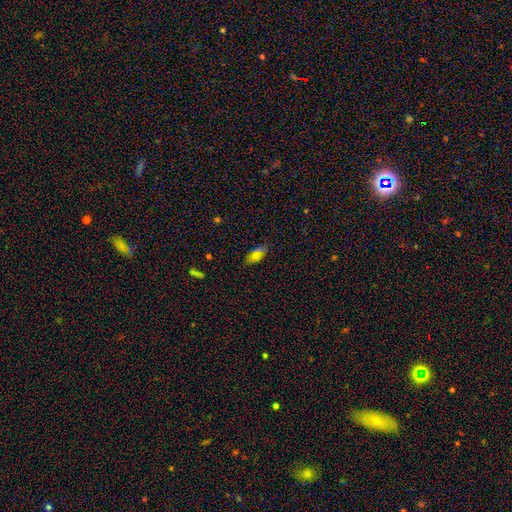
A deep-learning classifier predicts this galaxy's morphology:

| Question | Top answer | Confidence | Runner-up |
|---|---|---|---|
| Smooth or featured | smooth | 71% | star or artifact (16%) |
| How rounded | in between | 87% | cigar-shaped (9%) |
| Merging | none | 79% | minor disturbance (15%) |